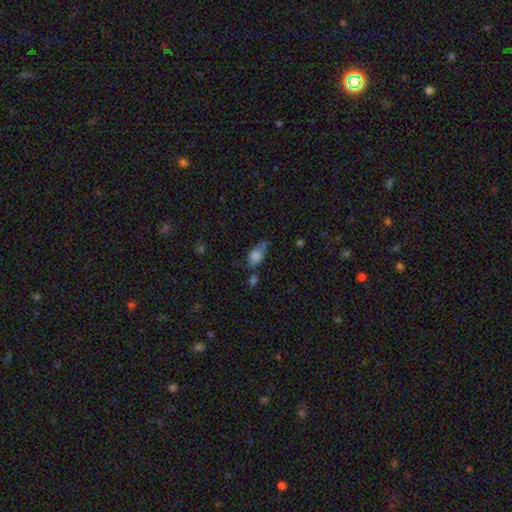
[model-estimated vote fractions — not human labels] The model was most divided on "merging": none: 42%, minor disturbance: 31%, merger: 15%, major disturbance: 12%. More confident: how rounded — in between (80%); smooth or featured — smooth (74%).